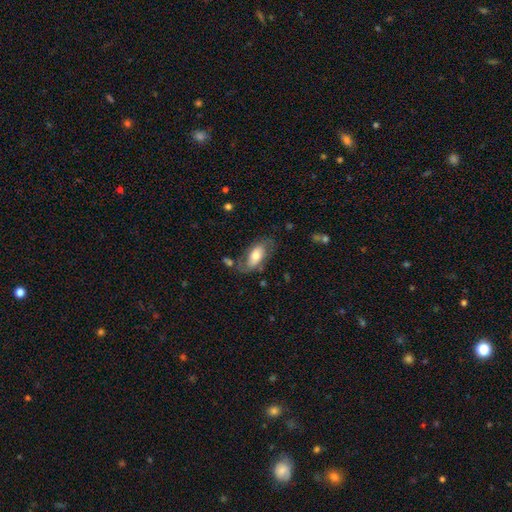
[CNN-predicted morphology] The model was most divided on "smooth or featured": smooth: 55%, featured or disk: 38%, star or artifact: 7%. More confident: how rounded — in between (89%); merging — none (57%).